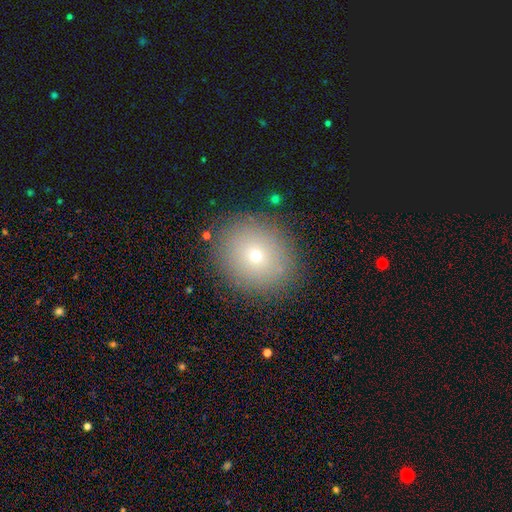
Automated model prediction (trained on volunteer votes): This is likely a smooth galaxy (70%). How rounded: likely round (77%). Merging: clearly none (87%).